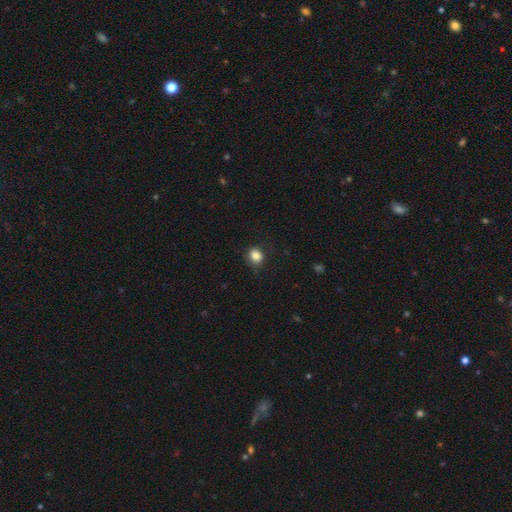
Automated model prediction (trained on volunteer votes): Overall: smooth (85%). How rounded: round (63%; in between 36%). Merging: none (77%).